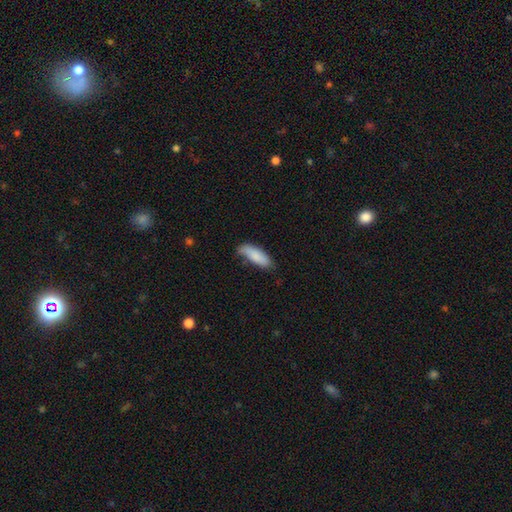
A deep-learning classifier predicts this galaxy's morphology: Overall: smooth (84%). How rounded: in between (62%; cigar-shaped 37%). Merging: none (64%; minor disturbance 28%).